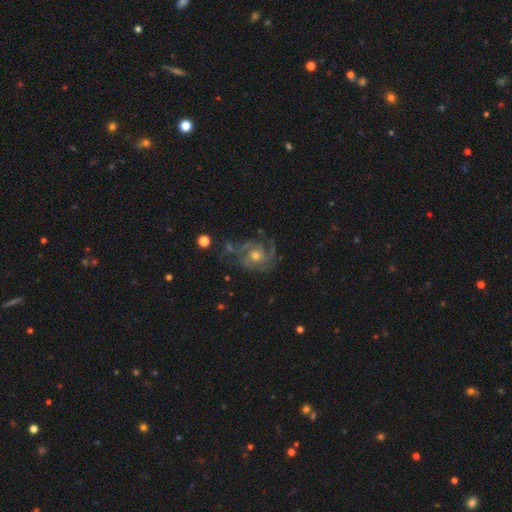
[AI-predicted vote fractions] Smooth or featured? Predicted: featured or disk (p=0.84). Edge-on disk? Predicted: no (p=0.98). Bar? Predicted: no (p=0.75). Spiral arms? Predicted: yes (p=0.94). Spiral winding? Predicted: tight (p=0.50). Spiral arm count? Predicted: 3 (p=0.31). Bulge size? Predicted: moderate (p=0.64). Merging? Predicted: none (p=0.63).